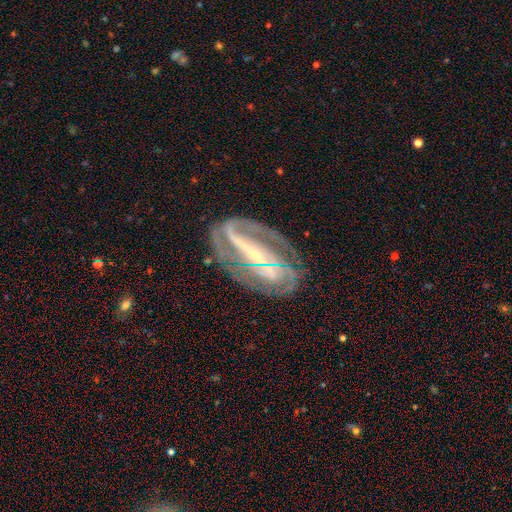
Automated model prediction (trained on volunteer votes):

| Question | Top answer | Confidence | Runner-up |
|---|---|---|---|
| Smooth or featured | featured or disk | 88% | star or artifact (6%) |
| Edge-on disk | no | 92% | yes (8%) |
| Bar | strong | 69% | weak (19%) |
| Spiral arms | yes | 95% | no (5%) |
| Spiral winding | tight | 49% | medium (38%) |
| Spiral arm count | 2 | 58% | 3 (14%) |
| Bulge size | small | 66% | moderate (24%) |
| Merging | none | 68% | minor disturbance (17%) |